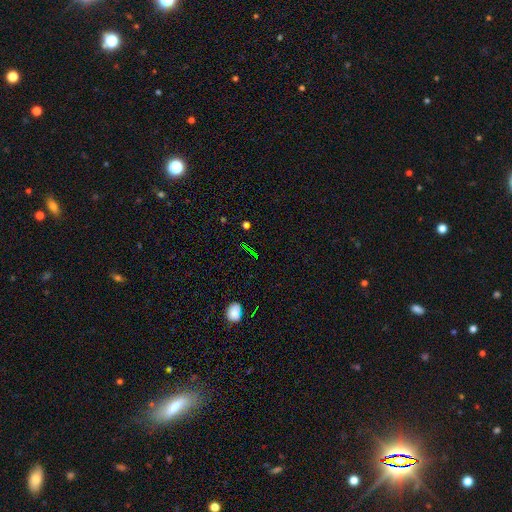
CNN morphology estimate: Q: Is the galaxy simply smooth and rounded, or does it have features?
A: star or artifact — 64%.